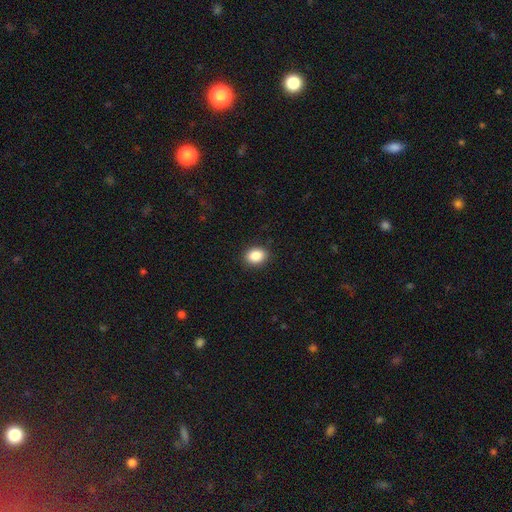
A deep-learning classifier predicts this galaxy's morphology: smooth_or_featured: smooth (p=0.87) [alt: star or artifact p=0.09]
how_rounded: in between (p=0.62) [alt: round p=0.37]
merging: none (p=0.90) [alt: minor disturbance p=0.07]